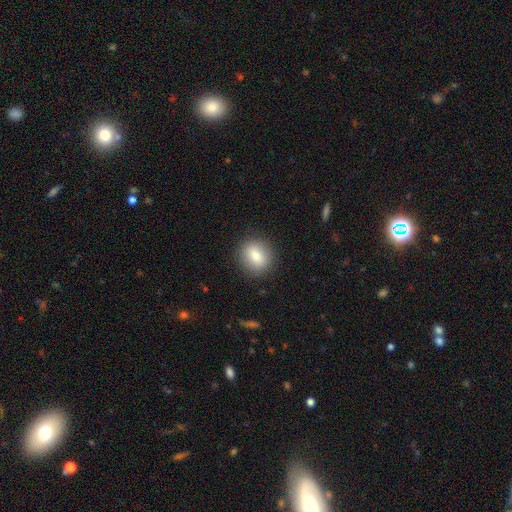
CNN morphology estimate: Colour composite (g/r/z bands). It shows a smooth galaxy with no disk features (81%) that is round (70%). Merging: none (88%).